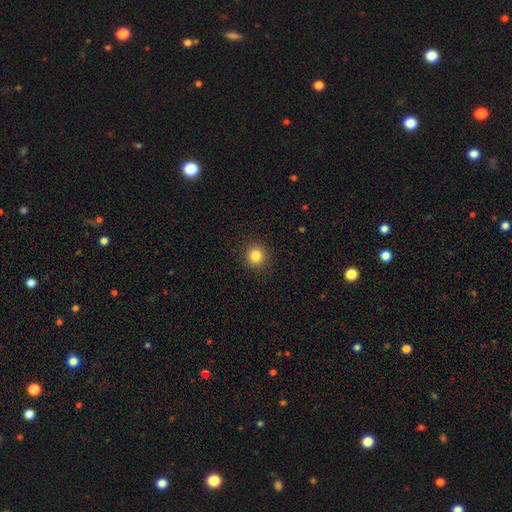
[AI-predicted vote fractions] smooth 83%, star or artifact 12%, featured or disk 5%. Down the decision tree: how rounded — round (92%); merging — none (92%).